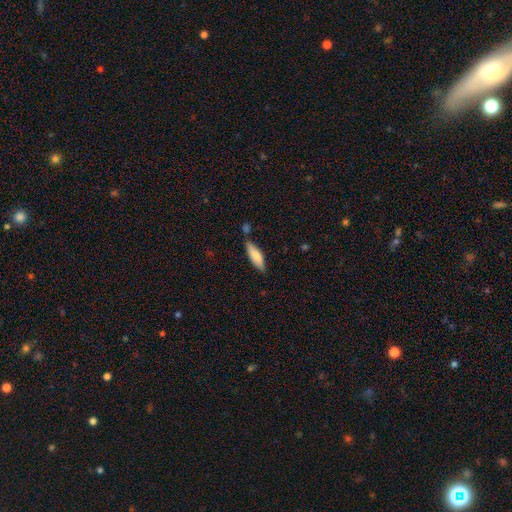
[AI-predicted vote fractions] This is likely a smooth galaxy (76%). How rounded: possibly cigar-shaped (51%). Merging: likely none (75%).